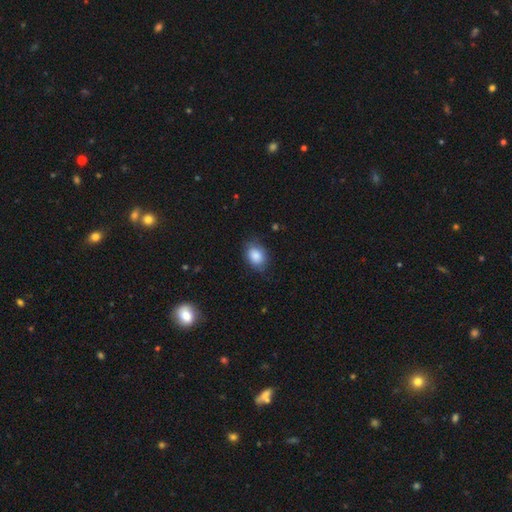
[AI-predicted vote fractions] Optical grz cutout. It shows a smooth galaxy with no disk features (85%) that is in between round and cigar-shaped (72%). Merging: none (75%).